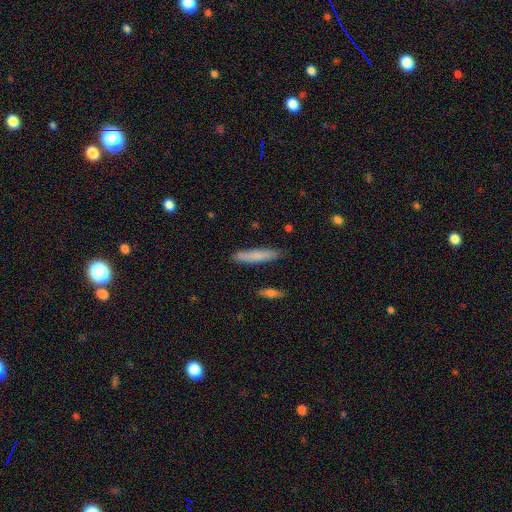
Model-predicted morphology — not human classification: Smooth or featured? Predicted: smooth (p=0.78). How rounded? Predicted: cigar-shaped (p=0.91). Merging? Predicted: none (p=0.86).